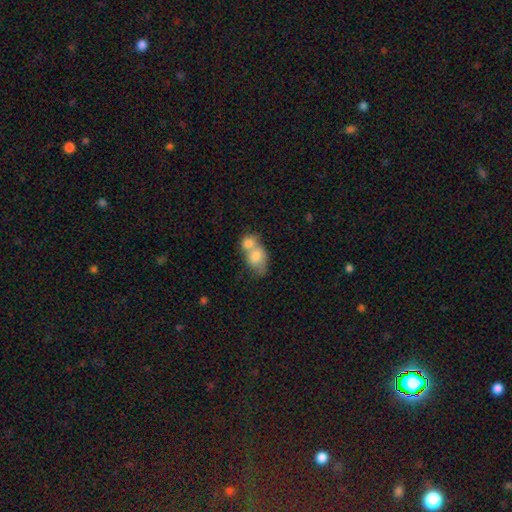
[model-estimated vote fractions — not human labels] A smooth galaxy with no disk features (73%) that is in between round and cigar-shaped (69%).

Vote fractions:
- Smooth or featured? smooth: 73% / featured or disk: 20% / star or artifact: 7%
- How rounded? in between: 69% / round: 29% / cigar-shaped: 2%
- Merging? merger: 73% / none: 17% / minor disturbance: 7% / major disturbance: 4%